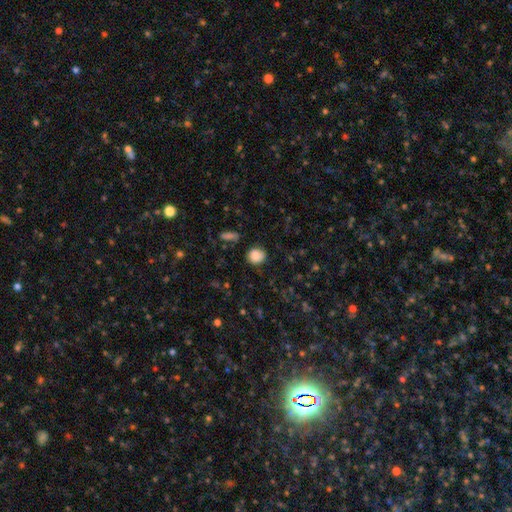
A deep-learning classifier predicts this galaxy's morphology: smooth-or-featured: smooth: 85% | star or artifact: 10% | featured or disk: 5%
  how-rounded: round: 81% | in between: 18% | cigar-shaped: 1%
  merging: none: 81% | minor disturbance: 13% | major disturbance: 4% | merger: 2%